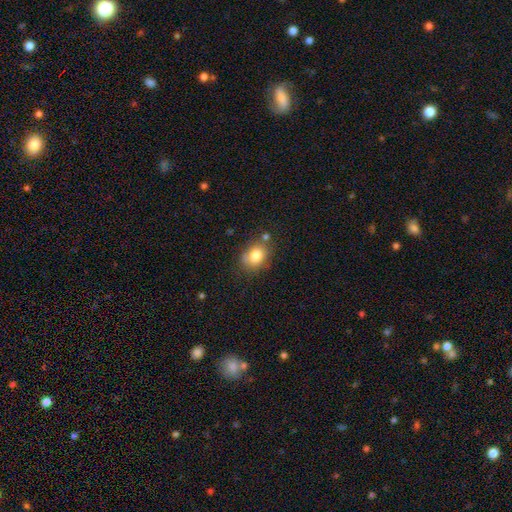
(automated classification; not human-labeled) Smooth or featured?
  - smooth: 79% *
  - featured or disk: 12%
  - star or artifact: 9%
How rounded?
  - in between: 57% *
  - round: 42%
  - cigar-shaped: 1%
Merging?
  - none: 64% *
  - minor disturbance: 20%
  - merger: 10%
  - major disturbance: 6%